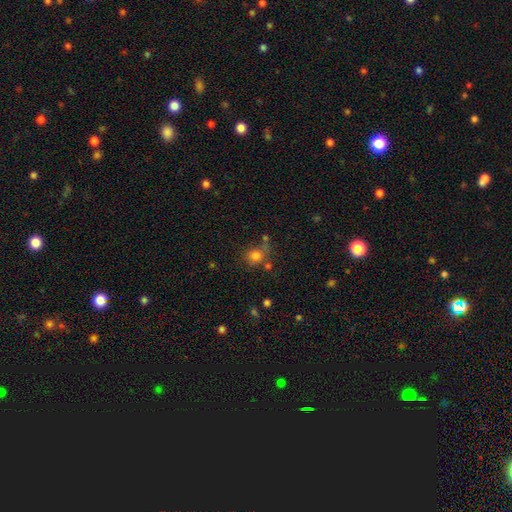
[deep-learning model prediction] A smooth galaxy with no disk features (78%) that is round (77%). Merging: none (56%).